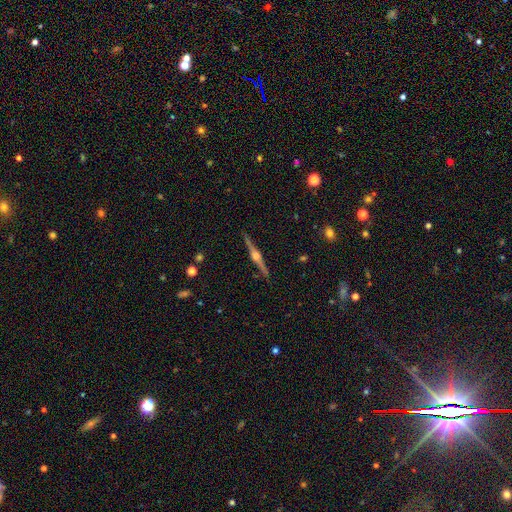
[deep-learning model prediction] A featured or disk galaxy (87%) viewed edge-on (99%) with a rounded central bulge (93%).

Vote fractions:
- Smooth or featured? featured or disk: 87% / smooth: 8% / star or artifact: 6%
- Edge-on disk? yes: 99% / no: 1%
- Edge-on bulge? rounded: 93% / boxy: 5% / none: 2%
- Merging? none: 92% / minor disturbance: 5% / major disturbance: 1% / merger: 1%